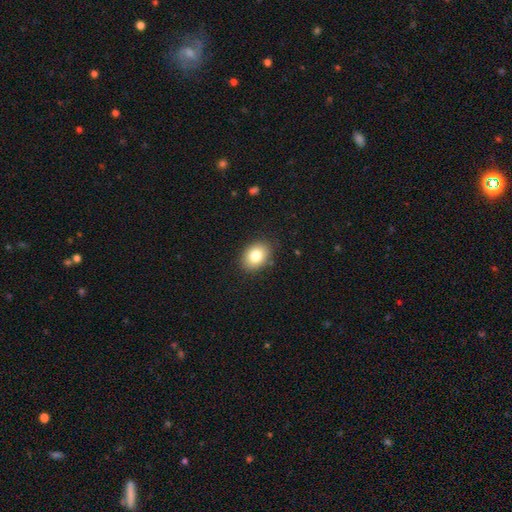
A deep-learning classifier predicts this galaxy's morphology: smooth_or_featured: smooth (p=0.81) [alt: featured or disk p=0.10]
how_rounded: in between (p=0.69) [alt: round p=0.31]
merging: none (p=0.87) [alt: minor disturbance p=0.10]